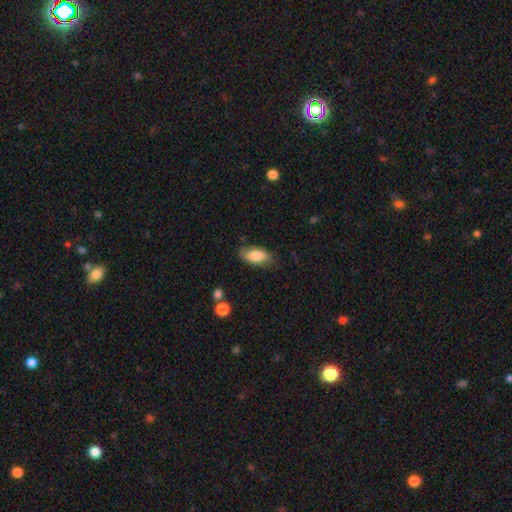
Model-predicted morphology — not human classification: The model was most divided on "merging": none: 74%, minor disturbance: 19%, major disturbance: 5%, merger: 2%. More confident: how rounded — in between (90%); smooth or featured — smooth (81%).